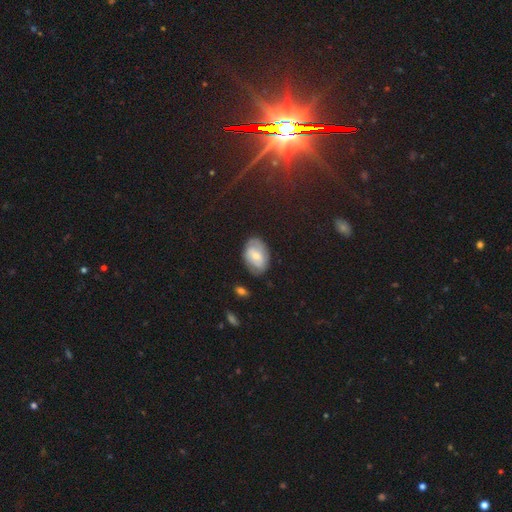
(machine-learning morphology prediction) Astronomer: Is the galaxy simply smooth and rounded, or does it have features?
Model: smooth — 51% (runner-up: featured or disk, 41%).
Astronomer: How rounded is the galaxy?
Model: in between — 85%.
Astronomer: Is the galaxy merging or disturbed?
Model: none — 73%.